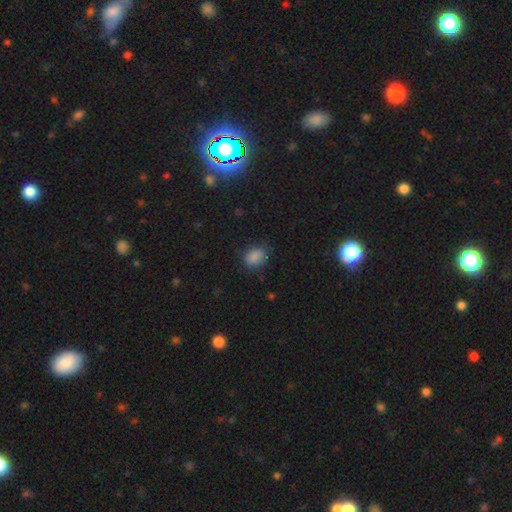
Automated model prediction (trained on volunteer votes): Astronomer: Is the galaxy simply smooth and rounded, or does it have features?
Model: smooth — 86%.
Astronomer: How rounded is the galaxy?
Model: in between — 56% (runner-up: round, 43%).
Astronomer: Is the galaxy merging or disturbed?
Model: none — 74%.